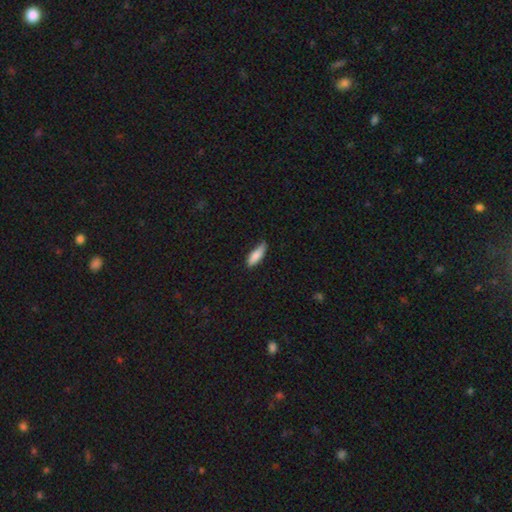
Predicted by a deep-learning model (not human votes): smooth_or_featured: smooth (p=0.83) [alt: featured or disk p=0.10]
how_rounded: in between (p=0.54) [alt: cigar-shaped p=0.44]
merging: none (p=0.65) [alt: minor disturbance p=0.29]